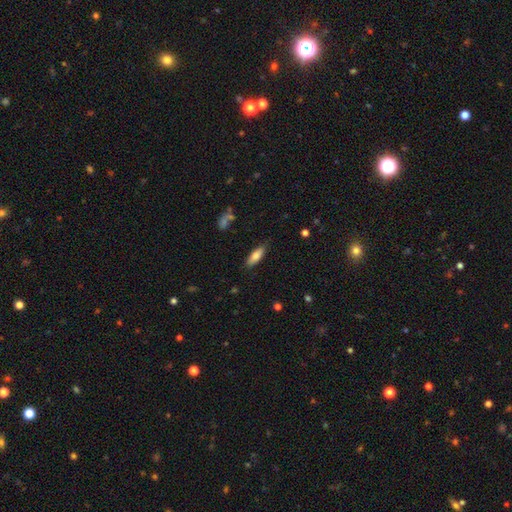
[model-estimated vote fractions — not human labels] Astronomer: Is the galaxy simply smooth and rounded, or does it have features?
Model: smooth — 76%.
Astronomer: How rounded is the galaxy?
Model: in between — 61% (runner-up: cigar-shaped, 37%).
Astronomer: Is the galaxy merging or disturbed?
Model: none — 81%.